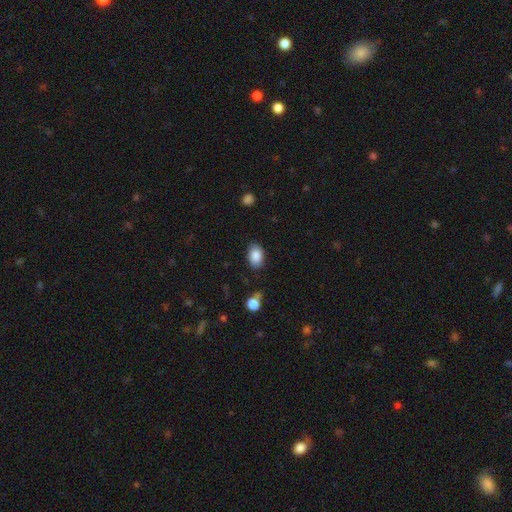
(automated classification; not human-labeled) This is clearly a smooth galaxy (87%). How rounded: clearly in between (85%). Merging: clearly none (82%).